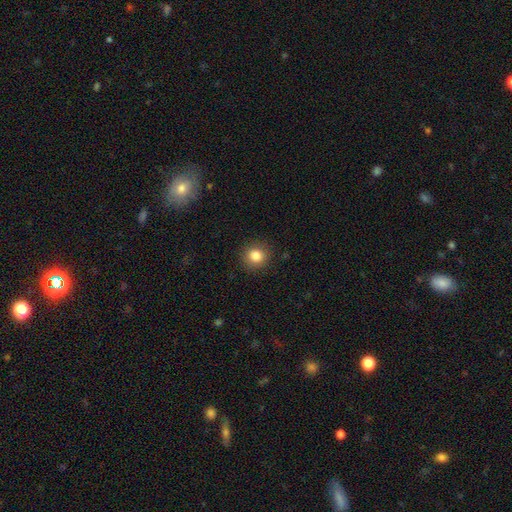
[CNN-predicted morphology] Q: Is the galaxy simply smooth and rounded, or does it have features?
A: smooth — 84%.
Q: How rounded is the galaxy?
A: round — 85%.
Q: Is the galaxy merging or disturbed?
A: none — 88%.